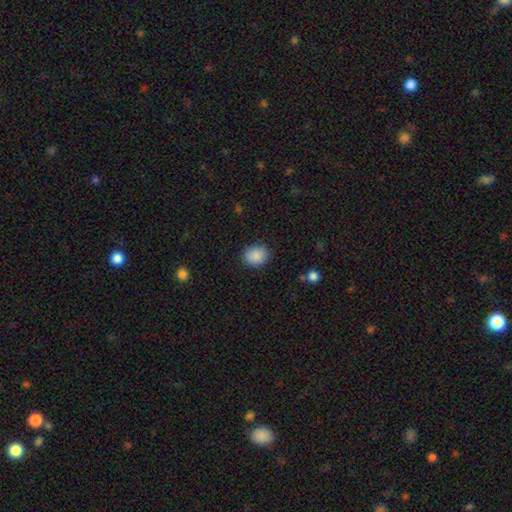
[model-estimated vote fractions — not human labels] A smooth galaxy with no disk features (88%) that is round (61%).

Vote fractions:
- Smooth or featured? smooth: 88% / star or artifact: 8% / featured or disk: 3%
- How rounded? round: 61% / in between: 38% / cigar-shaped: 1%
- Merging? none: 86% / minor disturbance: 10% / major disturbance: 3% / merger: 1%